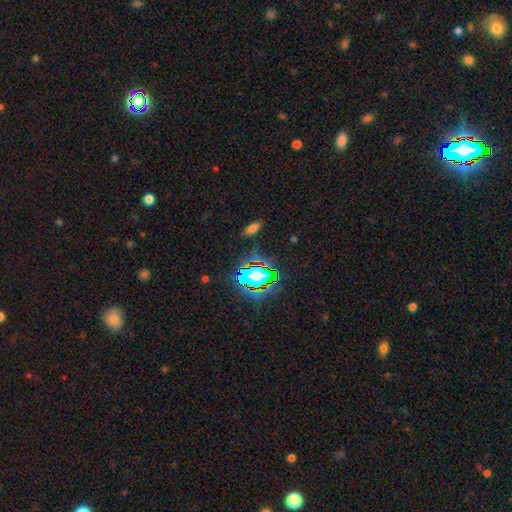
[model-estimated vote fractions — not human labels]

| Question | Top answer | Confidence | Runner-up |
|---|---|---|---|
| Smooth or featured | star or artifact | 77% | smooth (14%) |